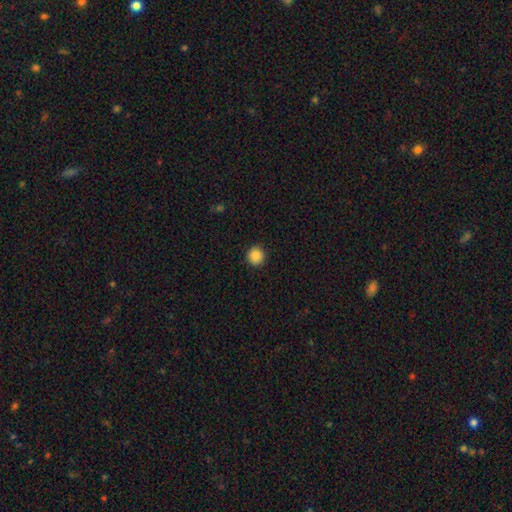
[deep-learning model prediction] smooth_or_featured: smooth (p=0.87) [alt: star or artifact p=0.10]
how_rounded: round (p=0.94) [alt: in between p=0.05]
merging: none (p=0.91) [alt: minor disturbance p=0.06]